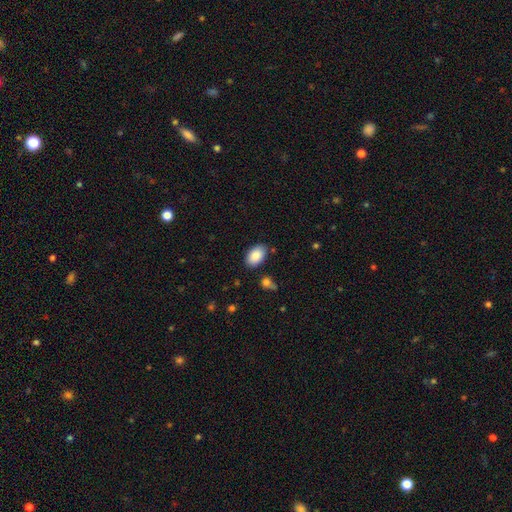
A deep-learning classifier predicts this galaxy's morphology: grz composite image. It shows a smooth galaxy with no disk features (88%) that is in between round and cigar-shaped (92%). Merging: none (83%).